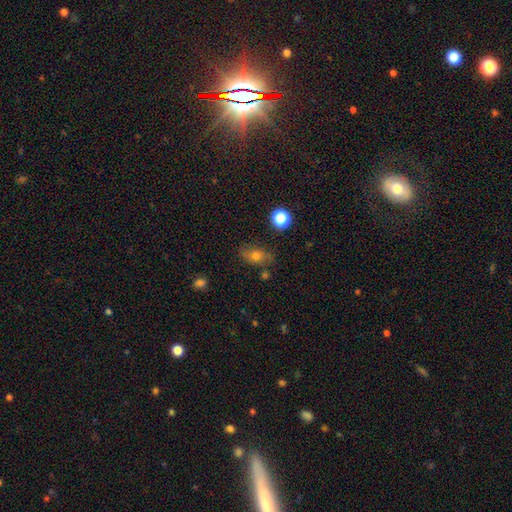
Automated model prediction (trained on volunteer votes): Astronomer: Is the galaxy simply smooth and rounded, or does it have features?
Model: smooth — 68%.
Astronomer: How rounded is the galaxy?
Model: in between — 76%.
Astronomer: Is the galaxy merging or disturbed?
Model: none — 72%.